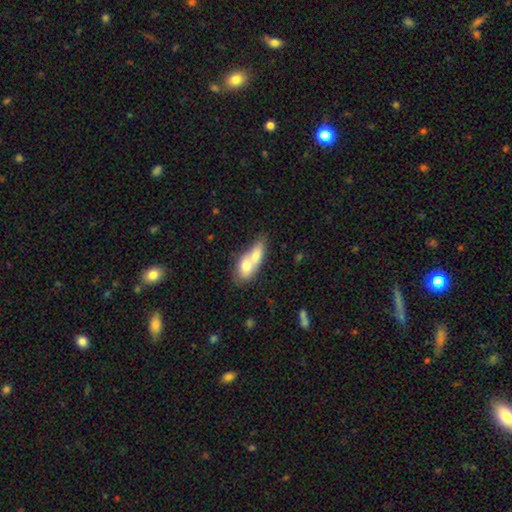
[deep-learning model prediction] smooth 68%, featured or disk 26%, star or artifact 7%. Down the decision tree: how rounded — in between (68%); merging — merger (73%).